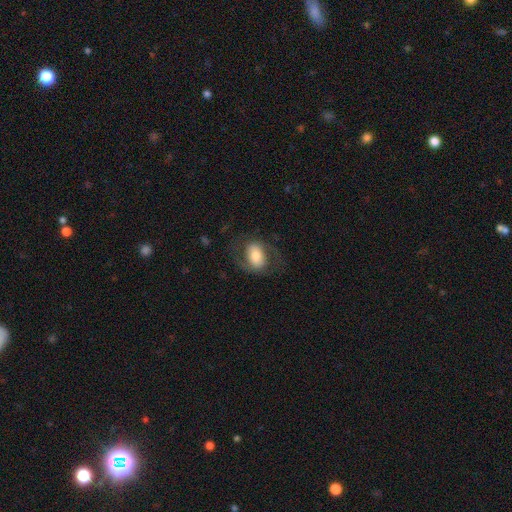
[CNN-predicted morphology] This is possibly a featured or disk galaxy (50%). It is clearly not viewed edge-on (95%). Merging: likely none (67%).